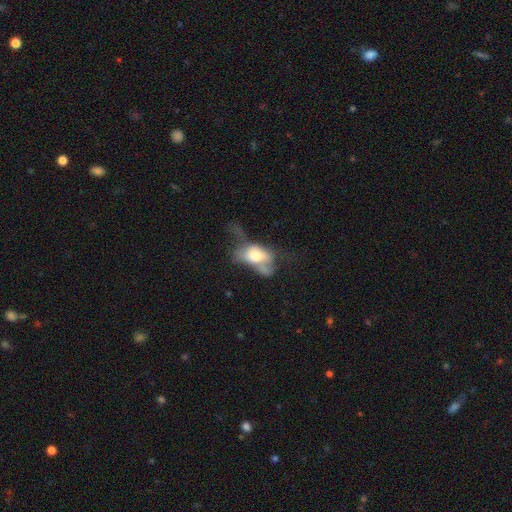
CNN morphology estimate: type=smooth (53%); roundness=in between (85%); merging=major disturbance (45%).